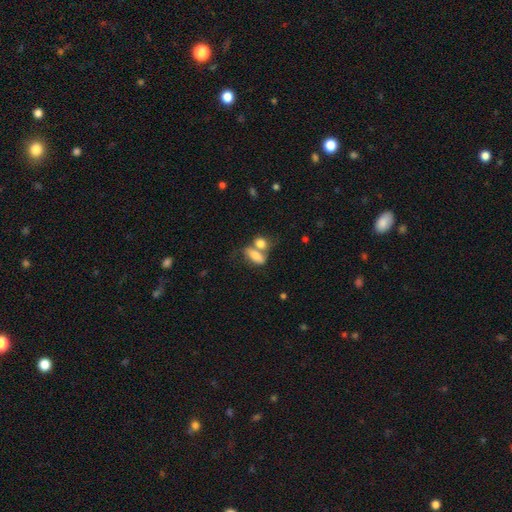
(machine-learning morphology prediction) Smooth or featured? smooth (77%)
How rounded? in between (77%)
Merging? merger (51%)